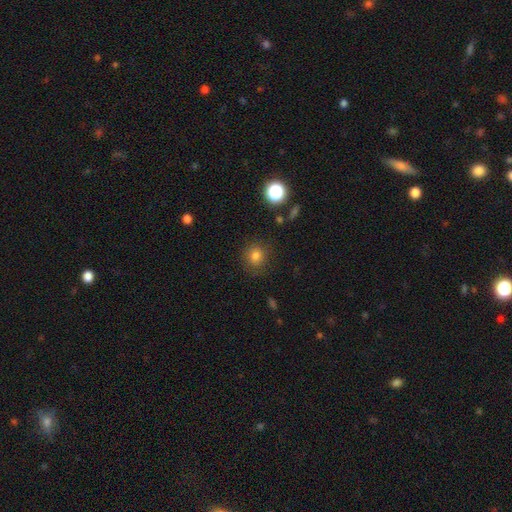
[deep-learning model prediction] smooth_or_featured: smooth (p=0.80) [alt: star or artifact p=0.14]
how_rounded: round (p=0.82) [alt: in between p=0.17]
merging: none (p=0.85) [alt: minor disturbance p=0.10]